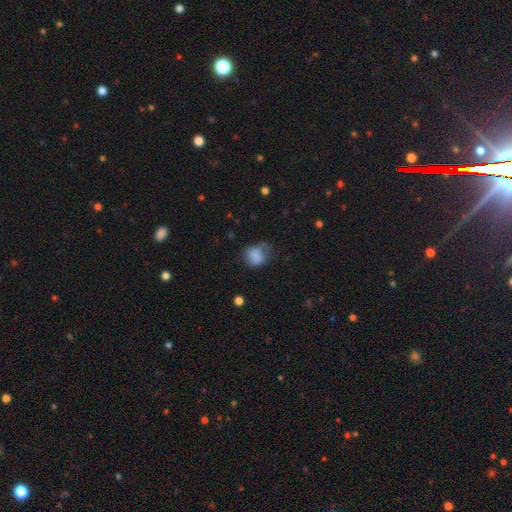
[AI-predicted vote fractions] smooth-or-featured: smooth: 81% | star or artifact: 10% | featured or disk: 9%
  how-rounded: round: 62% | in between: 37% | cigar-shaped: 1%
  merging: none: 47% | minor disturbance: 33% | major disturbance: 17% | merger: 3%